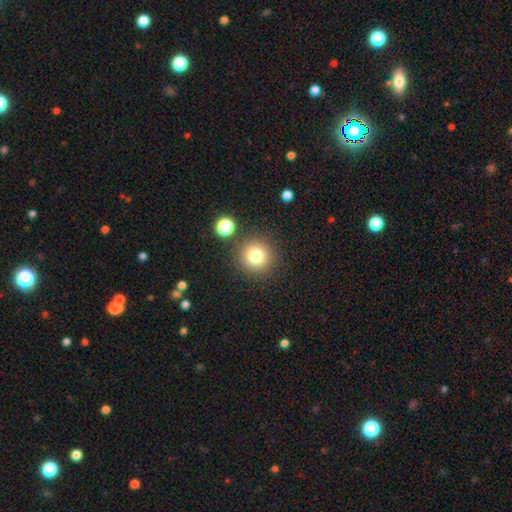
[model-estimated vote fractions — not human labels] The model was most divided on "smooth or featured": smooth: 78%, star or artifact: 14%, featured or disk: 8%. More confident: how rounded — round (95%); merging — none (86%).